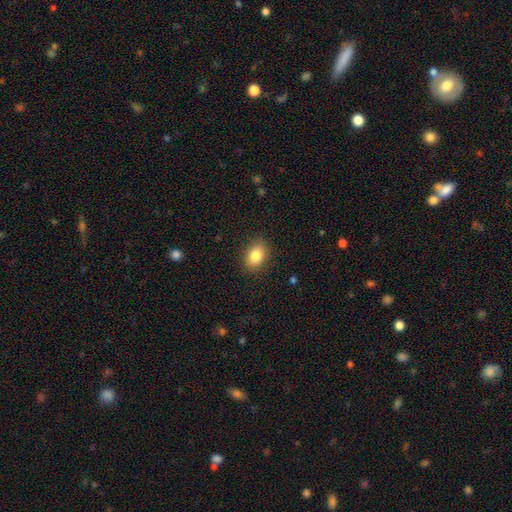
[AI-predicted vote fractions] Q: Smooth or featured?
A: smooth (84%); runner-up: star or artifact (9%)
Q: How rounded?
A: in between (76%); runner-up: round (23%)
Q: Merging?
A: none (87%); runner-up: minor disturbance (9%)